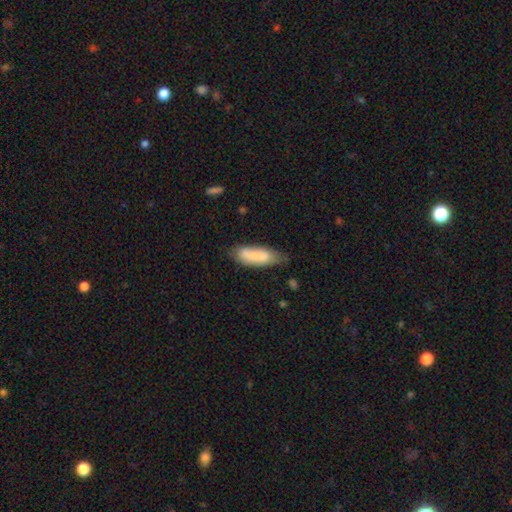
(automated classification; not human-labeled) A smooth galaxy with no disk features (79%) that is in between round and cigar-shaped (57%).

Vote fractions:
- Smooth or featured? smooth: 79% / featured or disk: 14% / star or artifact: 7%
- How rounded? in between: 57% / cigar-shaped: 41% / round: 2%
- Merging? none: 56% / minor disturbance: 32% / major disturbance: 8% / merger: 4%